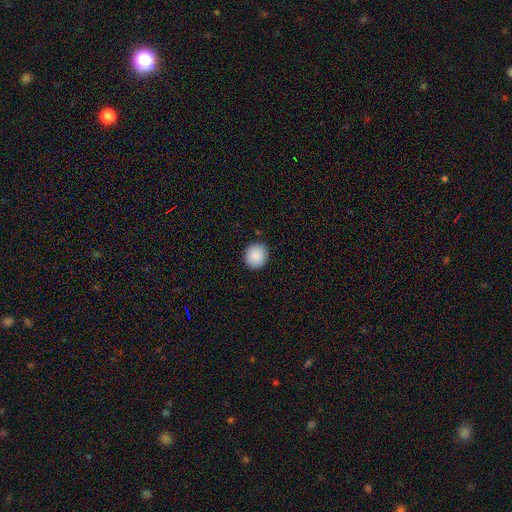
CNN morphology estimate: Smooth or featured? smooth (89%)
How rounded? round (89%)
Merging? none (91%)